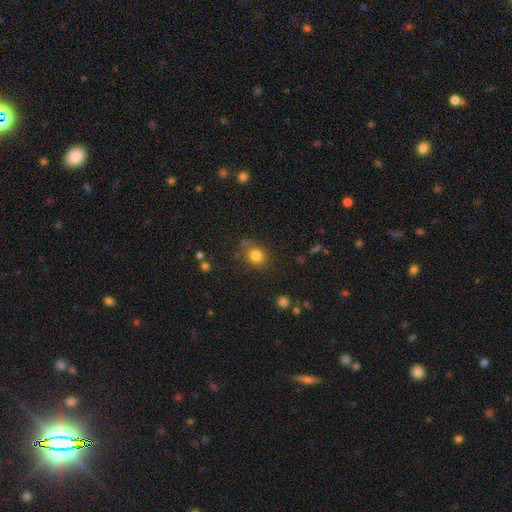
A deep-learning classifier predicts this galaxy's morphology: Smooth or featured?
  - smooth: 81% *
  - star or artifact: 12%
  - featured or disk: 7%
How rounded?
  - round: 70% *
  - in between: 29%
  - cigar-shaped: 1%
Merging?
  - none: 72% *
  - minor disturbance: 18%
  - major disturbance: 6%
  - merger: 4%